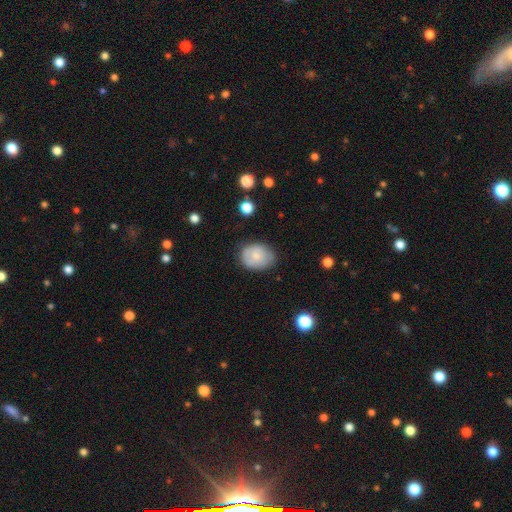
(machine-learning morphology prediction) smooth_or_featured: smooth (p=0.75) [alt: featured or disk p=0.18]
how_rounded: in between (p=0.62) [alt: round p=0.37]
merging: none (p=0.73) [alt: minor disturbance p=0.21]